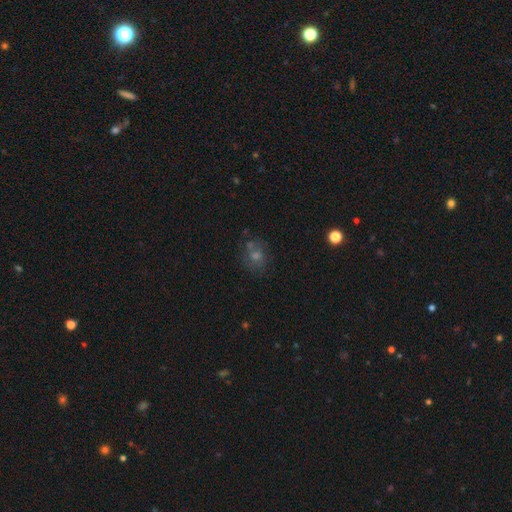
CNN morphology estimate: Smooth or featured? smooth (44%)
Merging? none (68%)